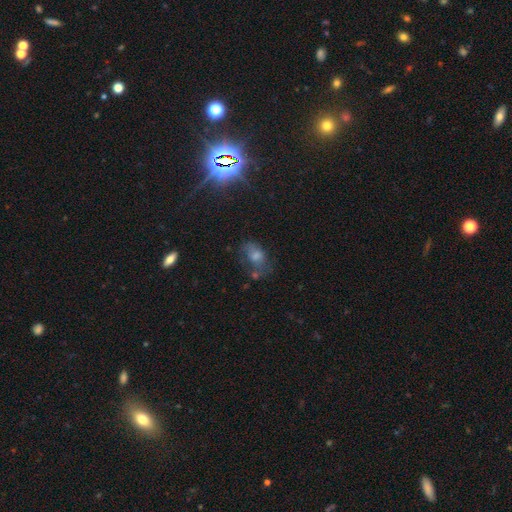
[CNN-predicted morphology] type=smooth (54%); roundness=in between (76%); merging=none (41%).